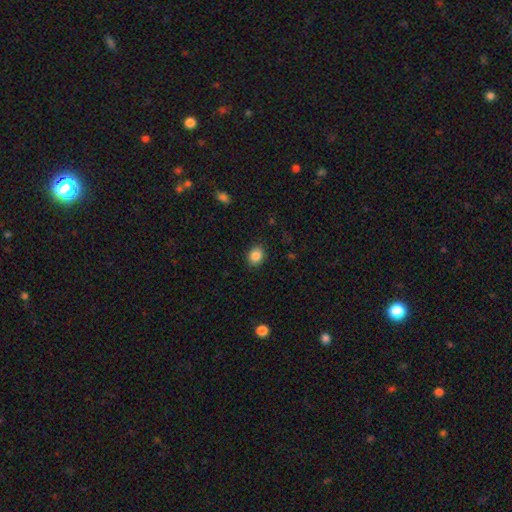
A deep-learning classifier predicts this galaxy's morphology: This appears to be a smooth galaxy with no disk features (86%) that is round (52%). Merging: none (87%).